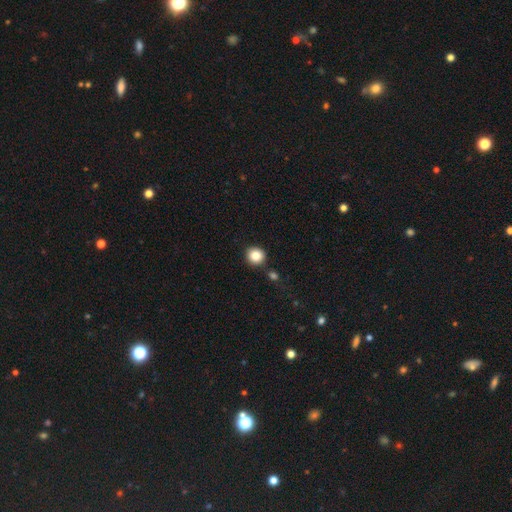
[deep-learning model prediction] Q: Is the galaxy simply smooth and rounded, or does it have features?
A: smooth — 85%.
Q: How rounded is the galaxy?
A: round — 91%.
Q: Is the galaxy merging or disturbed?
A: none — 86%.